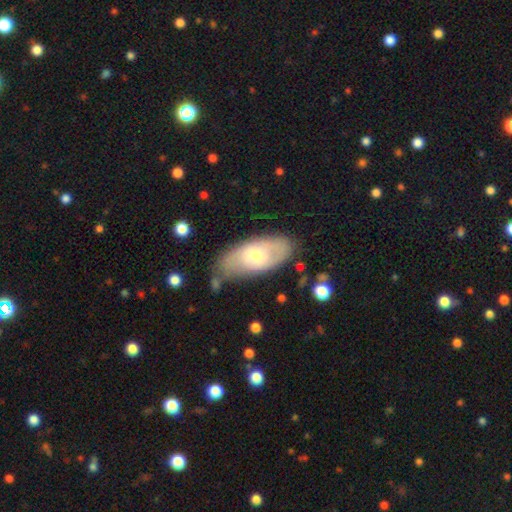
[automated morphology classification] Q: Smooth or featured?
A: smooth (50%); runner-up: featured or disk (43%)
Q: How rounded?
A: in between (88%); runner-up: cigar-shaped (9%)
Q: Merging?
A: none (66%); runner-up: minor disturbance (23%)